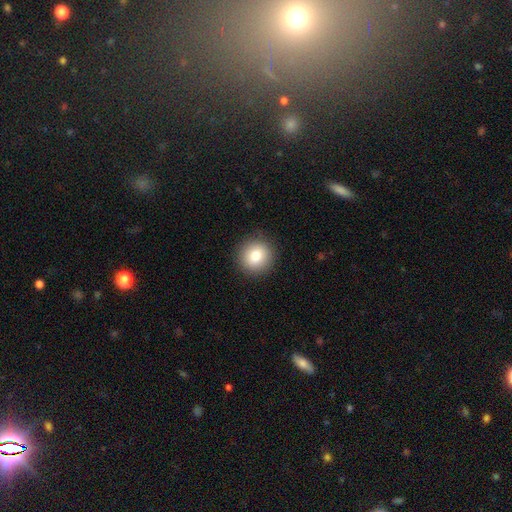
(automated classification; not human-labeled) A smooth galaxy with no disk features (80%) that is round (93%). Merging: none (90%).